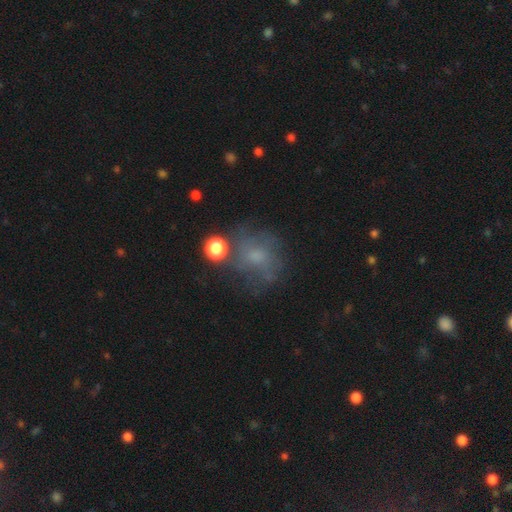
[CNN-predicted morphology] This appears to be a smooth galaxy with no disk features (41%). Merging: none (57%).